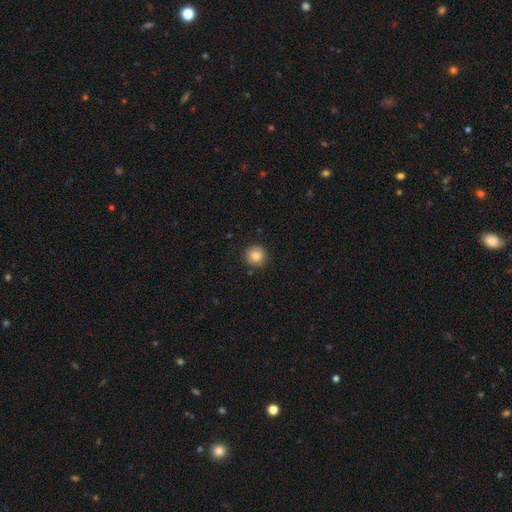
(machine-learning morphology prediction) smooth 83%, star or artifact 9%, featured or disk 8%. Down the decision tree: how rounded — round (93%); merging — none (86%).